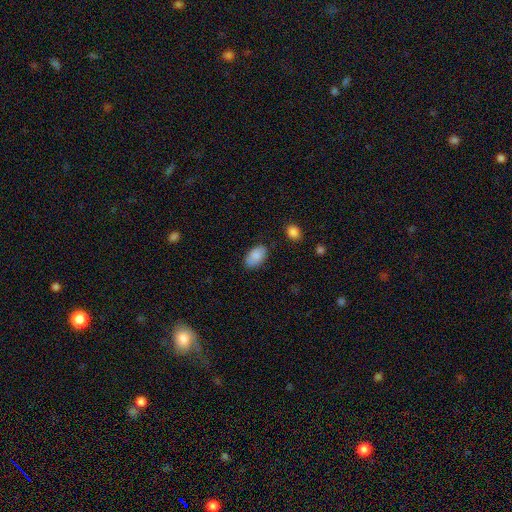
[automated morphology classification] Smooth or featured? smooth (87%)
How rounded? in between (92%)
Merging? none (78%)